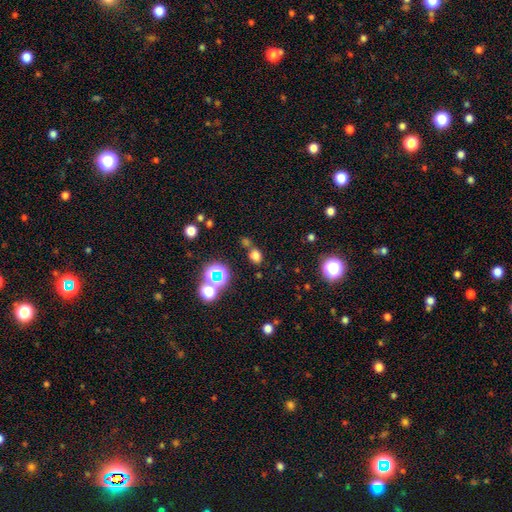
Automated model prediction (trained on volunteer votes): Q: Smooth or featured?
A: smooth (69%); runner-up: star or artifact (24%)
Q: How rounded?
A: round (51%); runner-up: in between (48%)
Q: Merging?
A: none (67%); runner-up: merger (16%)